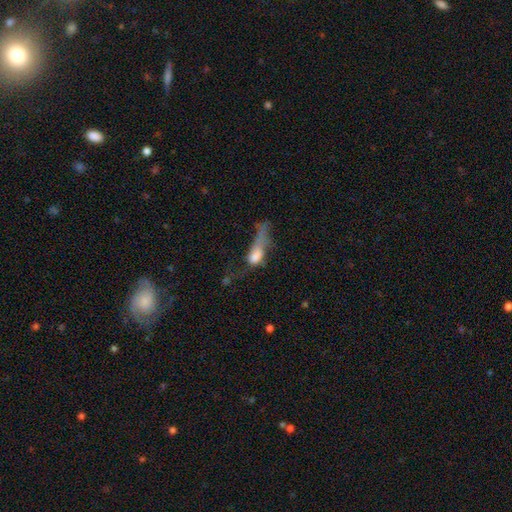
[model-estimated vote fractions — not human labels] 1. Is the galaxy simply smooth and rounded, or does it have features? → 62% smooth, 26% featured or disk, 12% star or artifact.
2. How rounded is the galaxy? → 69% in between, 20% cigar-shaped, 11% round.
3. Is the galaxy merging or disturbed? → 58% major disturbance, 15% minor disturbance, 15% none, 12% merger.